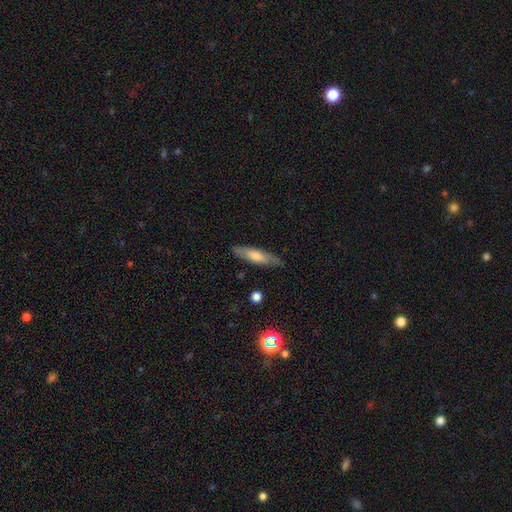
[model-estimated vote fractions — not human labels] A smooth galaxy with no disk features (58%) that is cigar-shaped (67%).

Vote fractions:
- Smooth or featured? smooth: 58% / featured or disk: 36% / star or artifact: 6%
- How rounded? cigar-shaped: 67% / in between: 31% / round: 2%
- Merging? none: 83% / minor disturbance: 13% / major disturbance: 3% / merger: 1%